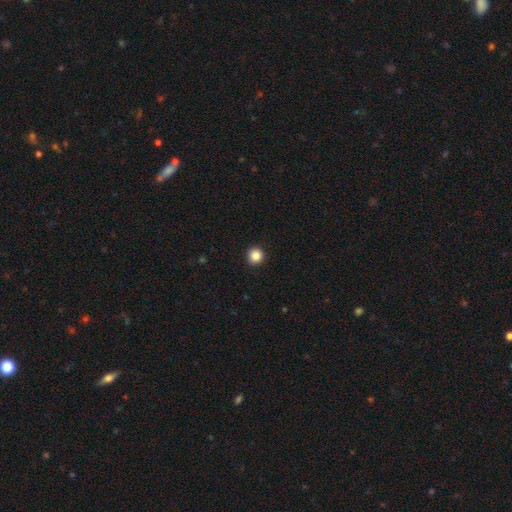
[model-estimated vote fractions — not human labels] smooth-or-featured: smooth: 87% | star or artifact: 10% | featured or disk: 3%
  how-rounded: round: 95% | in between: 4% | cigar-shaped: 1%
  merging: none: 93% | minor disturbance: 4% | major disturbance: 1% | merger: 1%